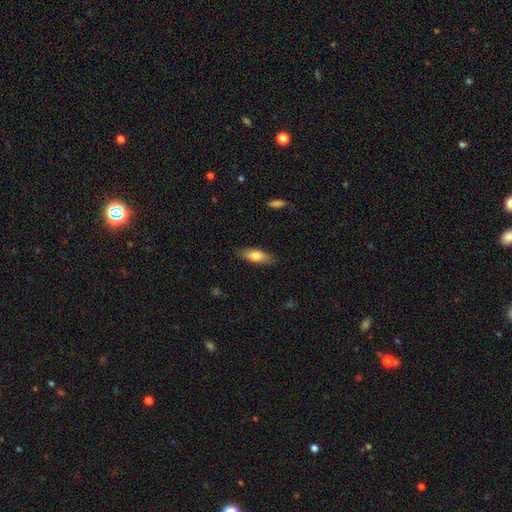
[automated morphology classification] smooth-or-featured: smooth: 74% | featured or disk: 20% | star or artifact: 6%
  how-rounded: in between: 69% | cigar-shaped: 28% | round: 2%
  merging: none: 85% | minor disturbance: 12% | major disturbance: 2% | merger: 1%